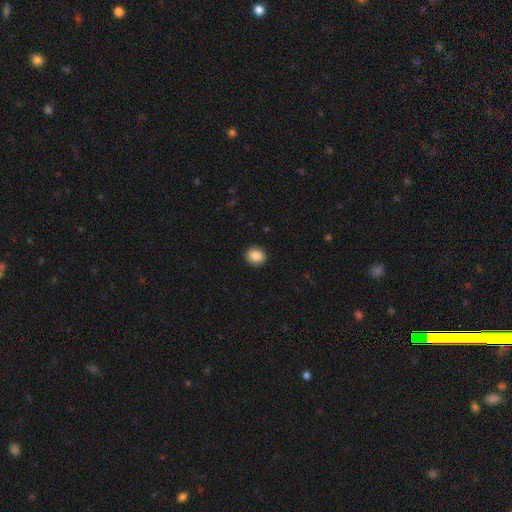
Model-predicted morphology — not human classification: A smooth galaxy with no disk features (88%) that is round (67%).

Vote fractions:
- Smooth or featured? smooth: 88% / star or artifact: 8% / featured or disk: 4%
- How rounded? round: 67% / in between: 32% / cigar-shaped: 1%
- Merging? none: 90% / minor disturbance: 7% / major disturbance: 2% / merger: 1%